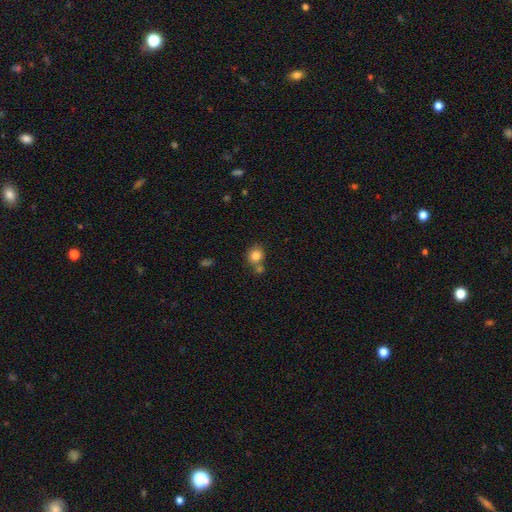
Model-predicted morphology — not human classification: The model was most divided on "merging": none: 60%, merger: 26%, minor disturbance: 11%, major disturbance: 3%. More confident: smooth or featured — smooth (83%); how rounded — round (81%).